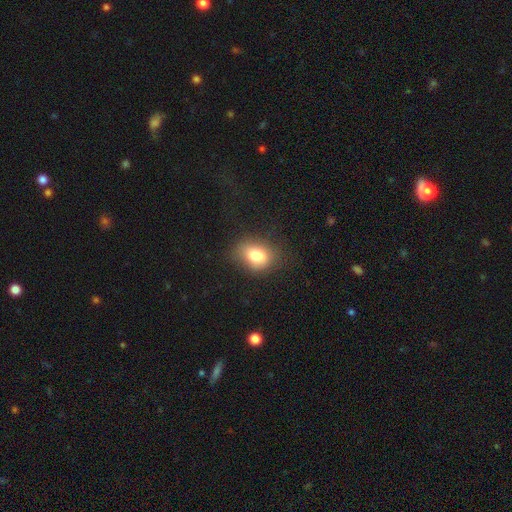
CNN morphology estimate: This is likely a smooth galaxy (79%). How rounded: likely in between (62%). Merging: likely none (72%).